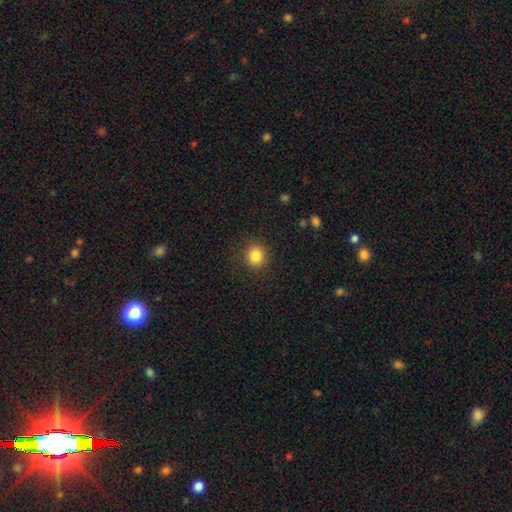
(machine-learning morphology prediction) Smooth or featured? Predicted: smooth (p=0.84). How rounded? Predicted: round (p=0.89). Merging? Predicted: none (p=0.89).